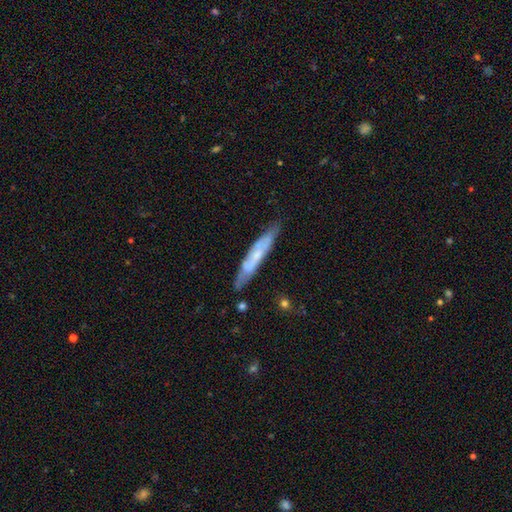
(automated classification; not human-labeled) The model was most divided on "smooth or featured": featured or disk: 55%, smooth: 39%, star or artifact: 6%. More confident: merging — none (76%); edge-on disk — yes (65%).